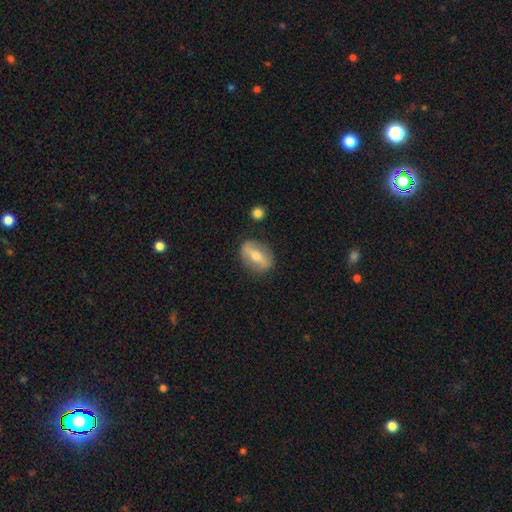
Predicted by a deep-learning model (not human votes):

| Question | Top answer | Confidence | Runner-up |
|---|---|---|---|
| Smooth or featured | featured or disk | 50% | smooth (43%) |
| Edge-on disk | no | 74% | yes (26%) |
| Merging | none | 81% | minor disturbance (13%) |